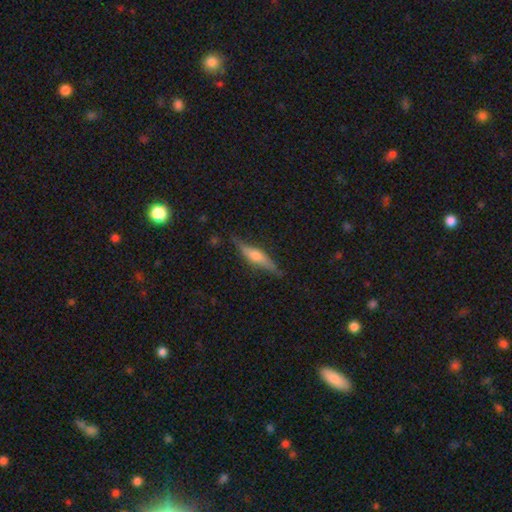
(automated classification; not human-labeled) smooth_or_featured: featured or disk (p=0.66) [alt: smooth p=0.28]
disk_edge_on: yes (p=0.95) [alt: no p=0.05]
edge_on_bulge: rounded (p=0.87) [alt: boxy p=0.08]
merging: none (p=0.81) [alt: minor disturbance p=0.15]